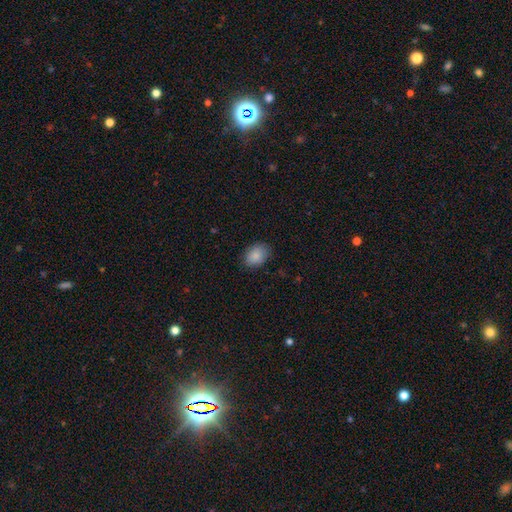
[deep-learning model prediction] This is clearly a smooth galaxy (87%). How rounded: likely in between (77%). Merging: clearly none (84%).